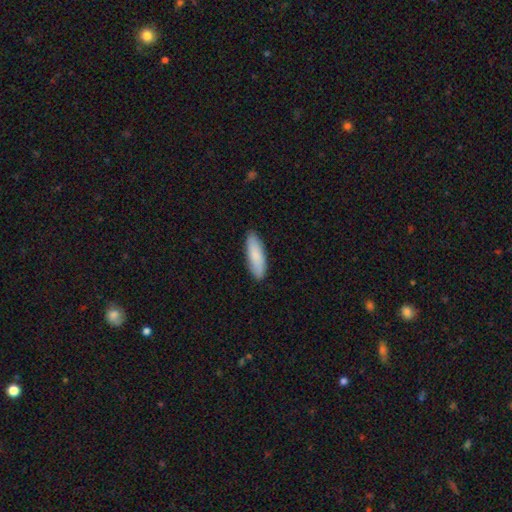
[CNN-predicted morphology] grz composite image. It shows a smooth galaxy with no disk features (85%) that is cigar-shaped (50%). Merging: none (89%).